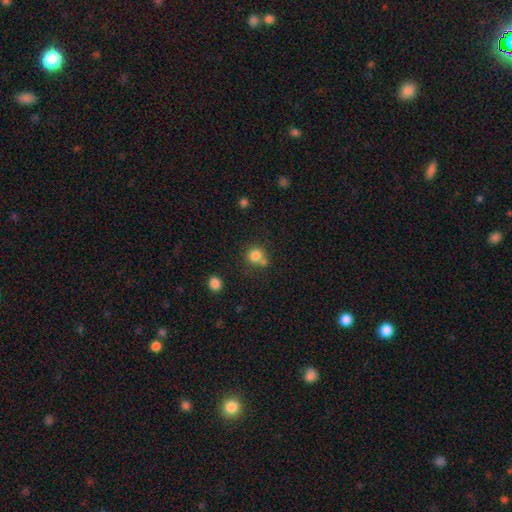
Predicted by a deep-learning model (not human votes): Smooth or featured? Predicted: smooth (p=0.80). How rounded? Predicted: round (p=0.86). Merging? Predicted: none (p=0.55).